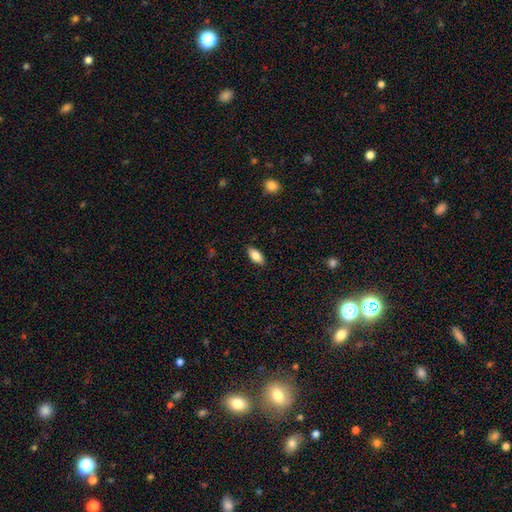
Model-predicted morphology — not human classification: Smooth or featured? smooth (82%)
How rounded? in between (89%)
Merging? none (88%)